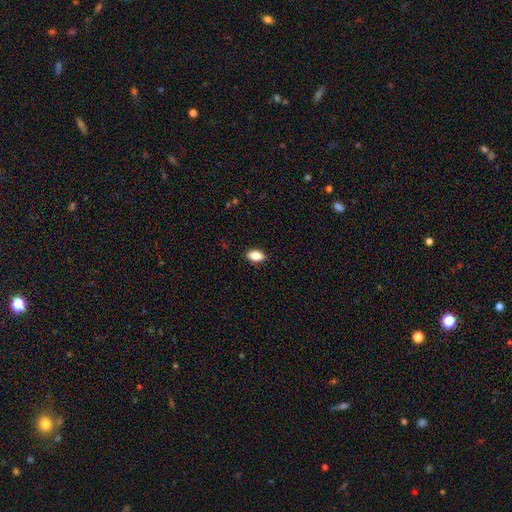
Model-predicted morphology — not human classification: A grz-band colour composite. It shows a smooth galaxy with no disk features (86%) that is in between round and cigar-shaped (90%). Merging: none (89%).